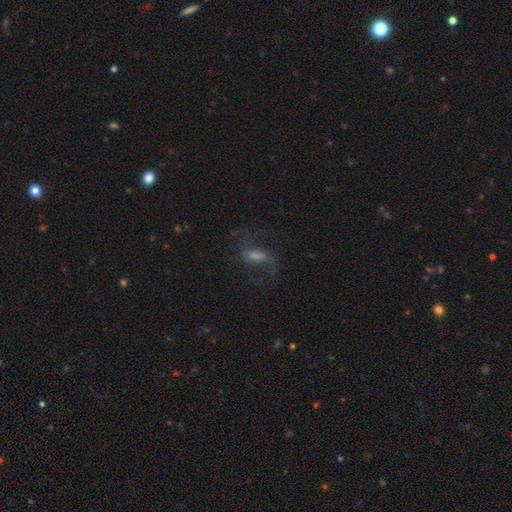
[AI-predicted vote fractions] Q: Smooth or featured?
A: featured or disk (64%); runner-up: smooth (20%)
Q: Edge-on disk?
A: no (89%); runner-up: yes (11%)
Q: Bar?
A: weak (44%); runner-up: strong (38%)
Q: Spiral arms?
A: yes (87%); runner-up: no (13%)
Q: Bulge size?
A: moderate (30%); runner-up: none (29%)
Q: Merging?
A: none (64%); runner-up: major disturbance (19%)